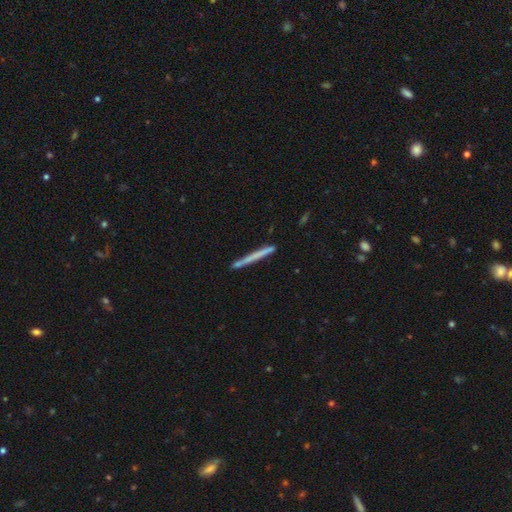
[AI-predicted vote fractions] Q: Smooth or featured?
A: smooth (55%); runner-up: featured or disk (39%)
Q: How rounded?
A: cigar-shaped (97%); runner-up: in between (2%)
Q: Merging?
A: none (85%); runner-up: minor disturbance (10%)